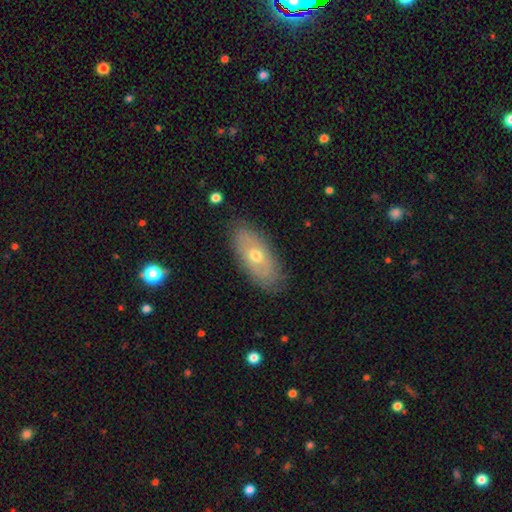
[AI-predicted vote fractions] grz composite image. It shows a smooth galaxy with no disk features (47%). Merging: none (85%).